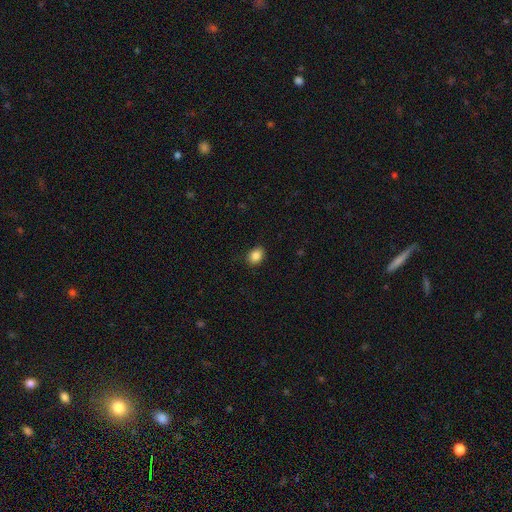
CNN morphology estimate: A smooth galaxy with no disk features (86%) that is in between round and cigar-shaped (64%).

Vote fractions:
- Smooth or featured? smooth: 86% / star or artifact: 9% / featured or disk: 4%
- How rounded? in between: 64% / round: 35% / cigar-shaped: 1%
- Merging? none: 85% / minor disturbance: 11% / major disturbance: 2% / merger: 1%